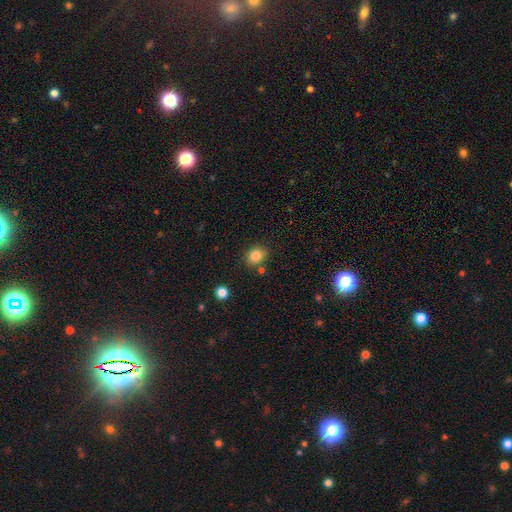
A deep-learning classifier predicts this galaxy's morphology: smooth-or-featured: smooth: 83% | star or artifact: 11% | featured or disk: 6%
  how-rounded: round: 59% | in between: 40% | cigar-shaped: 1%
  merging: none: 79% | minor disturbance: 12% | merger: 6% | major disturbance: 3%